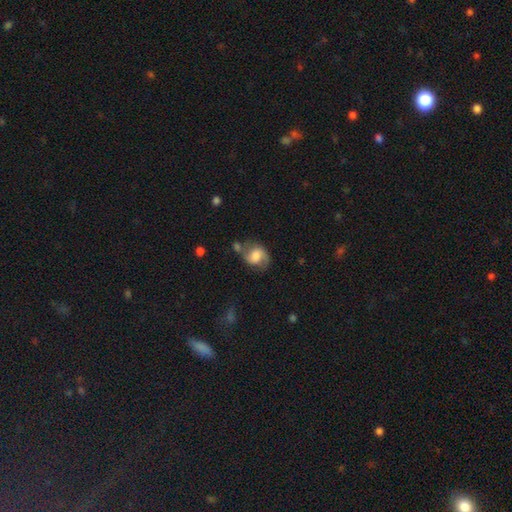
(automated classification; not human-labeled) This is possibly a featured or disk galaxy (57%). It is clearly not viewed edge-on (97%). Bar: marginally weak (44%). Spiral arm pattern: clearly yes (88%). Central bulge: marginally moderate (40%). Merging: possibly none (55%).